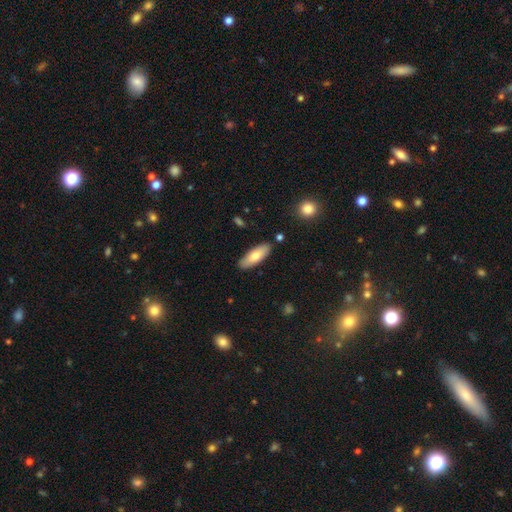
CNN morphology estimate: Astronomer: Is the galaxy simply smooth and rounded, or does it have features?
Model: smooth — 71%.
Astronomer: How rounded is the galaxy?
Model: in between — 67%.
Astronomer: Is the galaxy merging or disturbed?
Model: none — 86%.